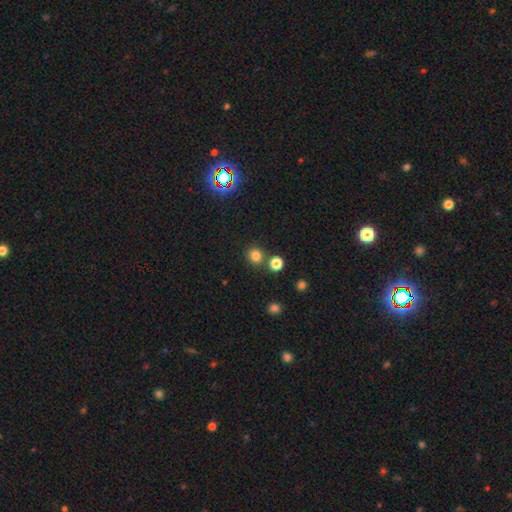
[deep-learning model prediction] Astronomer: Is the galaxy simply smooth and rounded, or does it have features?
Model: smooth — 79%.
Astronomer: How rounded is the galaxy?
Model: round — 89%.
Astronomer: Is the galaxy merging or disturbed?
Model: none — 79%.